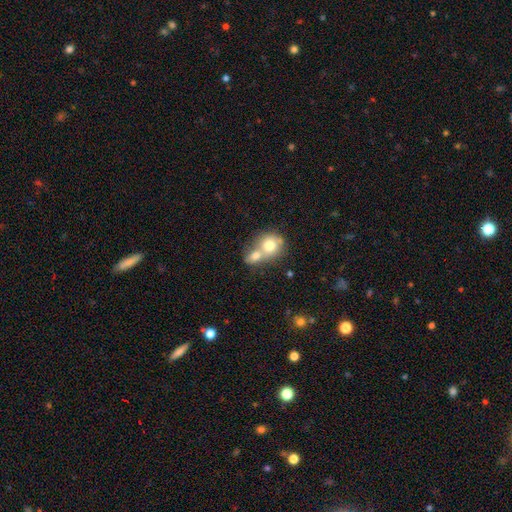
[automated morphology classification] A smooth galaxy with no disk features (73%) that is round (63%). Merging: merger (69%).